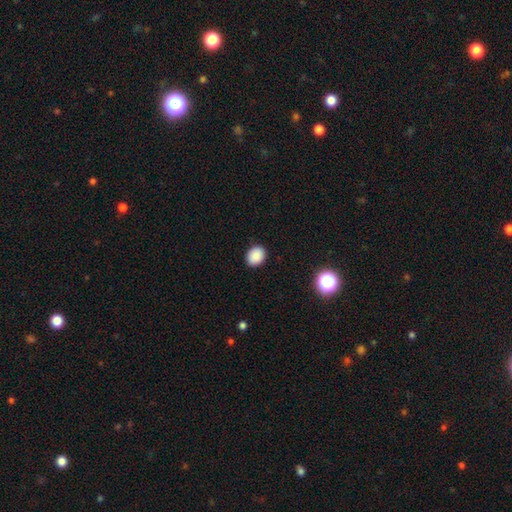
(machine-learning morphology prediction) This is clearly a smooth galaxy (88%). How rounded: possibly round (50%). Merging: clearly none (90%).